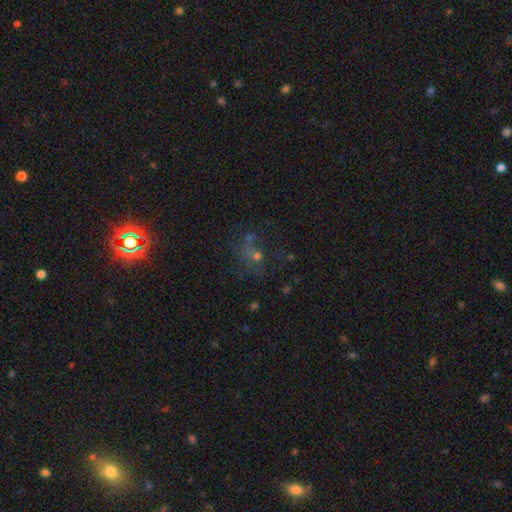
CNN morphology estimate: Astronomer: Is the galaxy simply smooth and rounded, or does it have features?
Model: smooth — 37% (runner-up: star or artifact, 34%).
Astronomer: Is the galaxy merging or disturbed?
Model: none — 44% (runner-up: major disturbance, 24%).